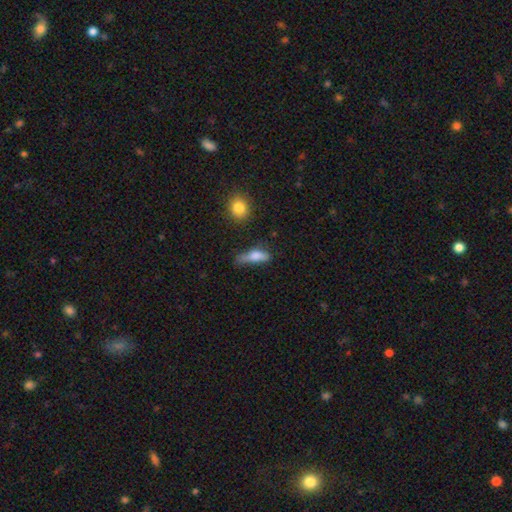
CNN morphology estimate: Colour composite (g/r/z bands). It shows a smooth galaxy with no disk features (70%) that is in between round and cigar-shaped (49%). Merging: none (40%).